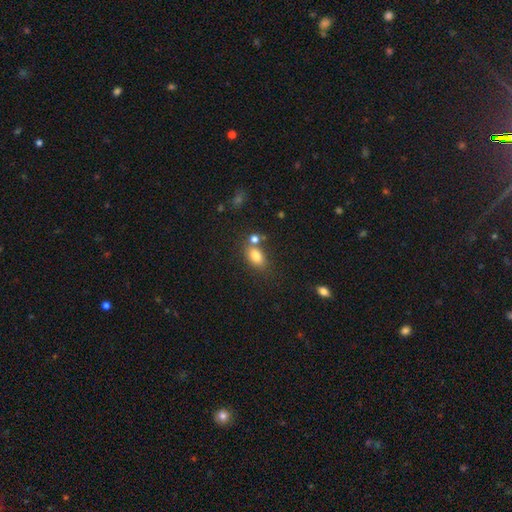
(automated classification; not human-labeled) Morphology: type=smooth (81%); roundness=in between (83%); merging=none (57%).